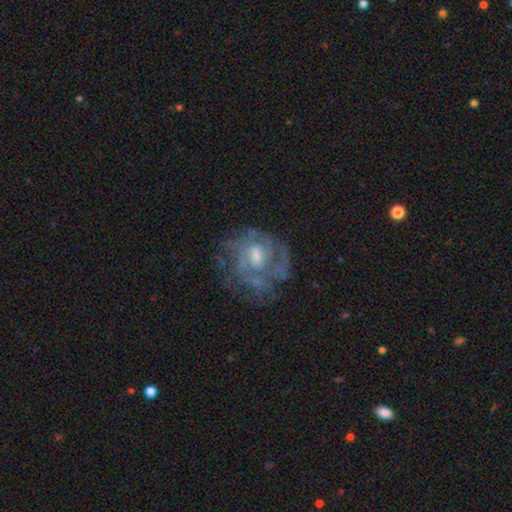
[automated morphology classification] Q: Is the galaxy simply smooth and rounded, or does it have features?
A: featured or disk — 77%.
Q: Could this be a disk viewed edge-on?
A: no — 97%.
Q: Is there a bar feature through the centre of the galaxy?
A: weak — 50%.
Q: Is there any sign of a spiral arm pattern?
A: yes — 75%.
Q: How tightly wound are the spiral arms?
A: tight — 47%.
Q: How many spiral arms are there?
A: can't tell — 46%.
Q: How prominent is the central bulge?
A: moderate — 52%.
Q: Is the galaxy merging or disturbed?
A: none — 56%.